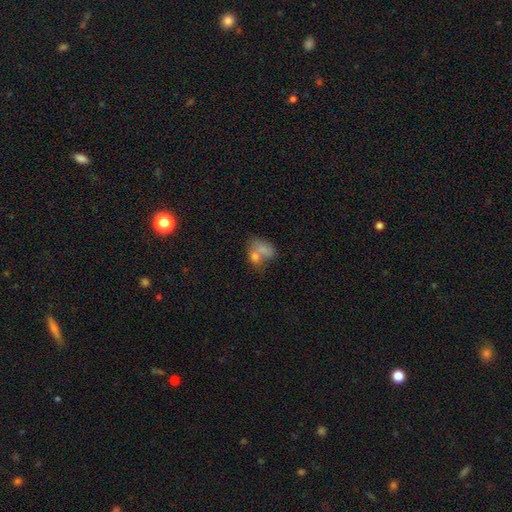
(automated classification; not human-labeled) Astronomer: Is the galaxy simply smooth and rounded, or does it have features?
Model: smooth — 66%.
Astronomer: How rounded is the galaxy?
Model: in between — 64%.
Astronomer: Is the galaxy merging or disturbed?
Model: merger — 56%.